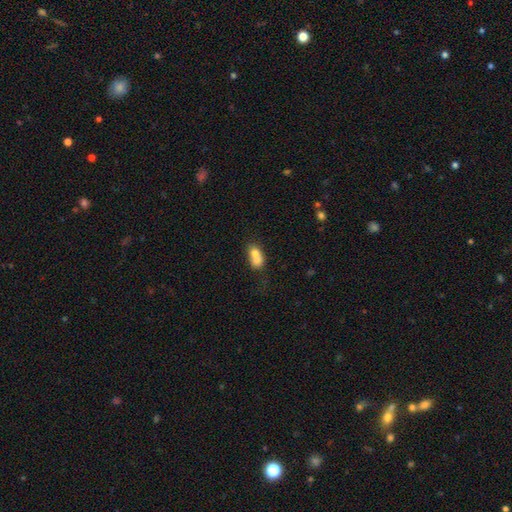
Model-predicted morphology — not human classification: Smooth or featured? Predicted: smooth (p=0.69). How rounded? Predicted: in between (p=0.54). Merging? Predicted: merger (p=0.69).